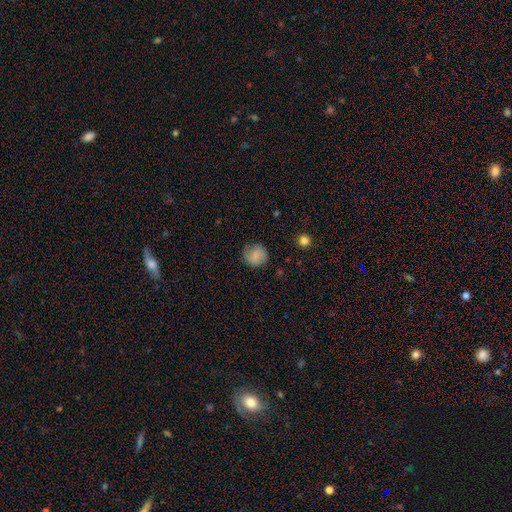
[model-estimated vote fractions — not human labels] A smooth galaxy with no disk features (80%) that is round (87%).

Vote fractions:
- Smooth or featured? smooth: 80% / featured or disk: 12% / star or artifact: 8%
- How rounded? round: 87% / in between: 12% / cigar-shaped: 1%
- Merging? none: 75% / minor disturbance: 18% / major disturbance: 5% / merger: 1%